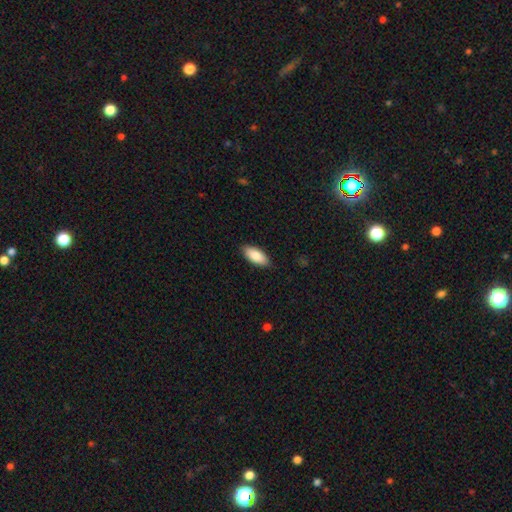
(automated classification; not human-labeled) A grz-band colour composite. It shows a smooth galaxy with no disk features (87%) that is in between round and cigar-shaped (88%). Merging: none (87%).